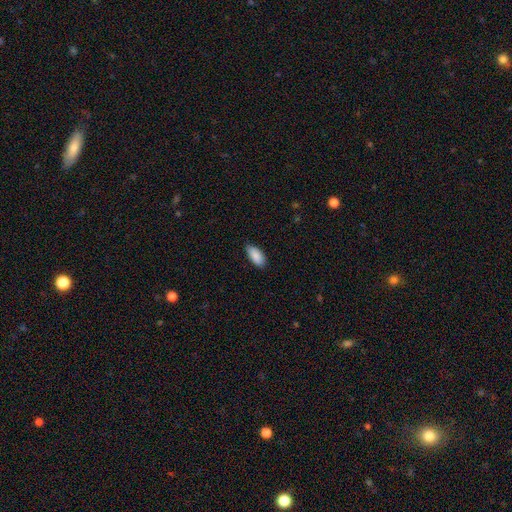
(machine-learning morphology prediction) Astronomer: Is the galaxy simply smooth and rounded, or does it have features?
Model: smooth — 89%.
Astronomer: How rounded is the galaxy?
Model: in between — 92%.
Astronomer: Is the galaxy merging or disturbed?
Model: none — 78%.